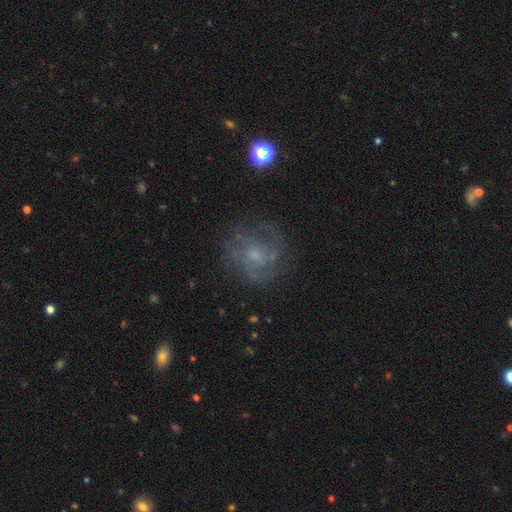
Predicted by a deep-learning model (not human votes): Q: Smooth or featured?
A: featured or disk (73%); runner-up: smooth (16%)
Q: Edge-on disk?
A: no (98%); runner-up: yes (2%)
Q: Bar?
A: no (62%); runner-up: weak (33%)
Q: Spiral arms?
A: yes (86%); runner-up: no (14%)
Q: Spiral winding?
A: medium (44%); runner-up: tight (39%)
Q: Spiral arm count?
A: can't tell (34%); runner-up: 3 (25%)
Q: Bulge size?
A: small (48%); runner-up: moderate (30%)
Q: Merging?
A: none (70%); runner-up: minor disturbance (16%)